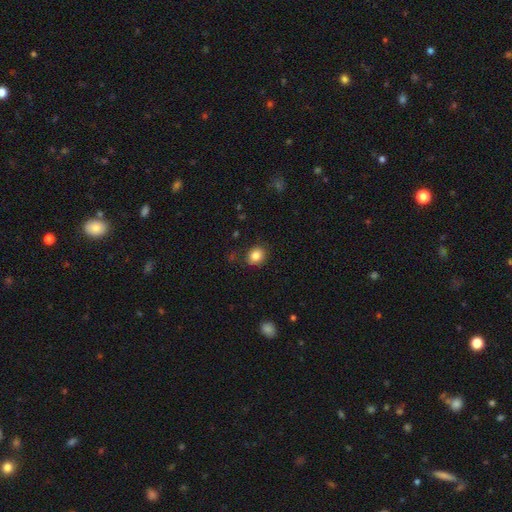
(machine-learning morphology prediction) Smooth or featured? Predicted: smooth (p=0.84). How rounded? Predicted: round (p=0.71). Merging? Predicted: none (p=0.84).